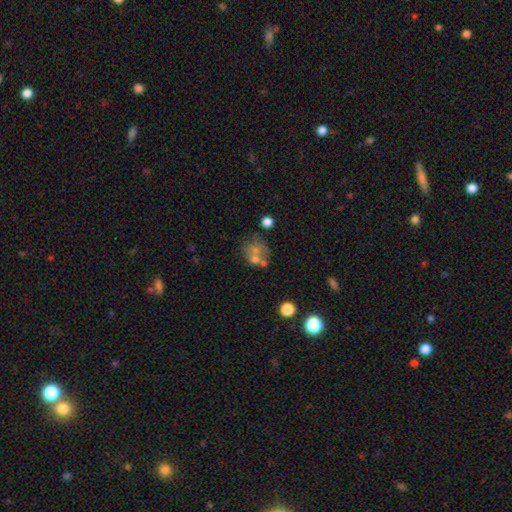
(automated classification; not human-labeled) Smooth or featured? smooth (59%)
How rounded? round (67%)
Merging? none (39%)